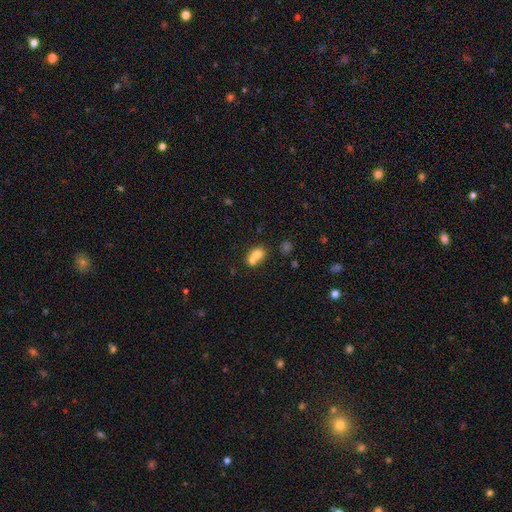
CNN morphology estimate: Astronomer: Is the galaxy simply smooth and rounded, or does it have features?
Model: smooth — 73%.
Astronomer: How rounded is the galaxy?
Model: in between — 58% (runner-up: round, 40%).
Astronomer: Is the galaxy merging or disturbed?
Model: merger — 64%.